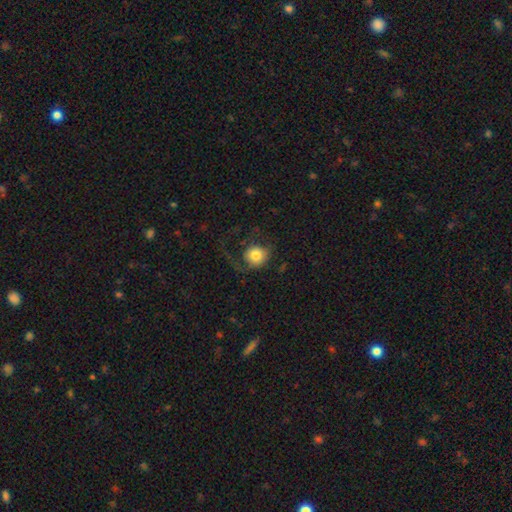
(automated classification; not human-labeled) This is likely a smooth galaxy (73%). How rounded: clearly round (85%). Merging: marginally none (43%).